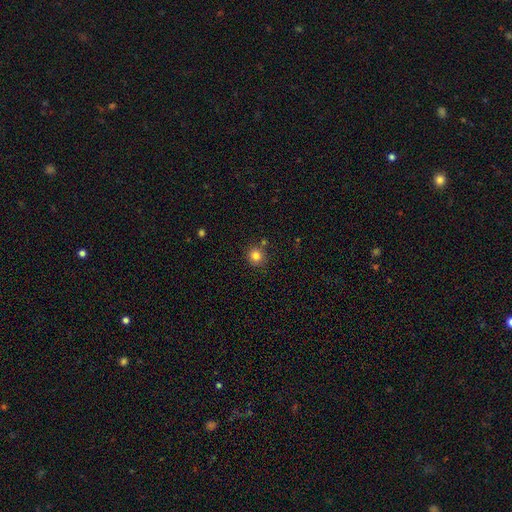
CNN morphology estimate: Overall: smooth (82%). How rounded: round (90%). Merging: none (82%).